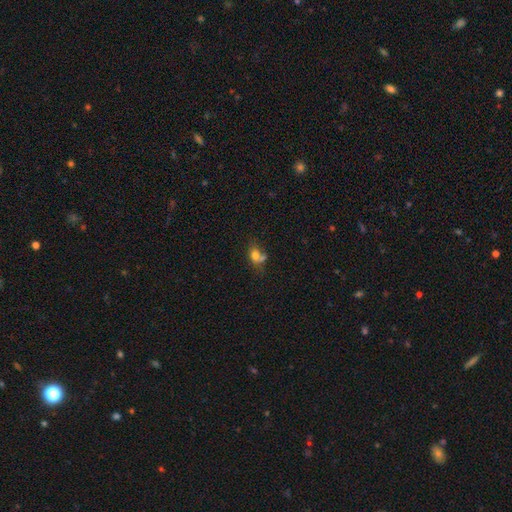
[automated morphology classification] smooth-or-featured: smooth: 73% | featured or disk: 16% | star or artifact: 12%
  how-rounded: in between: 59% | round: 39% | cigar-shaped: 2%
  merging: merger: 40% | none: 34% | minor disturbance: 17% | major disturbance: 9%